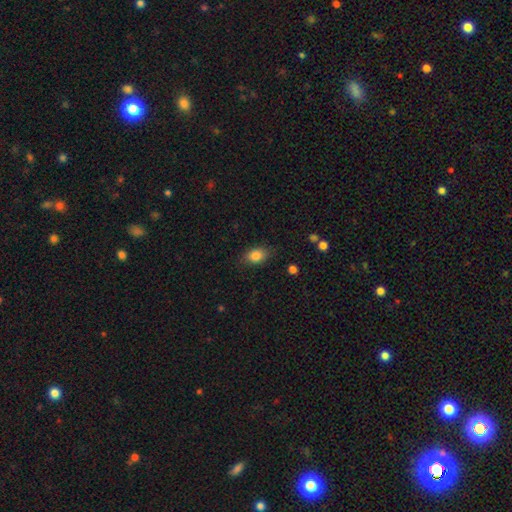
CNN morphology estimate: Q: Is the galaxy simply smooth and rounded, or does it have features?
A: smooth — 84%.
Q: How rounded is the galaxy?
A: in between — 80%.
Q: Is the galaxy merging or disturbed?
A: none — 81%.